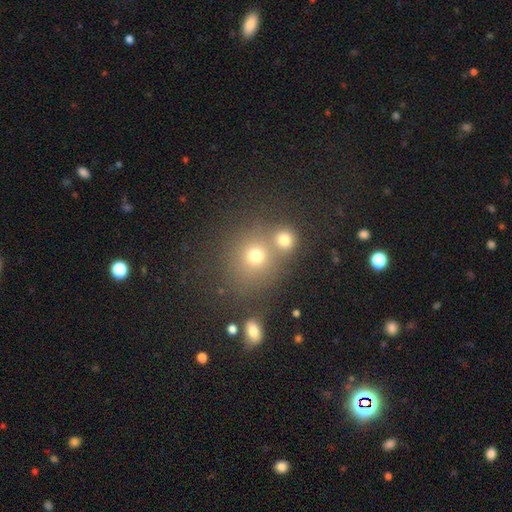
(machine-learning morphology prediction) Smooth or featured? smooth (72%)
How rounded? round (82%)
Merging? none (53%)